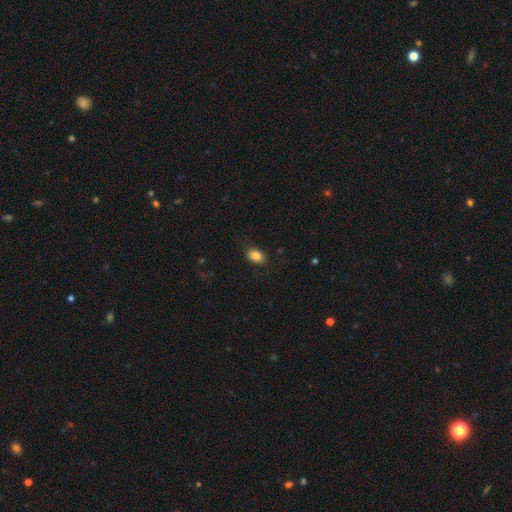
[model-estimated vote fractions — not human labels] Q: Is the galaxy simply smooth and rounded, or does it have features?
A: smooth — 85%.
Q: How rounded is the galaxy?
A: in between — 85%.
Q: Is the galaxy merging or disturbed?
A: none — 85%.